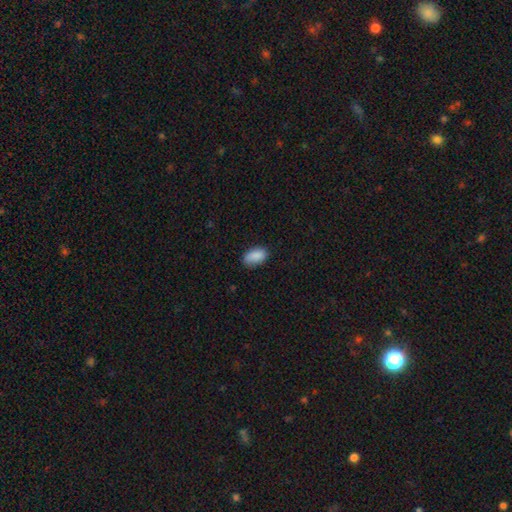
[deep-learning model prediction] Smooth or featured? smooth (88%)
How rounded? in between (93%)
Merging? none (77%)